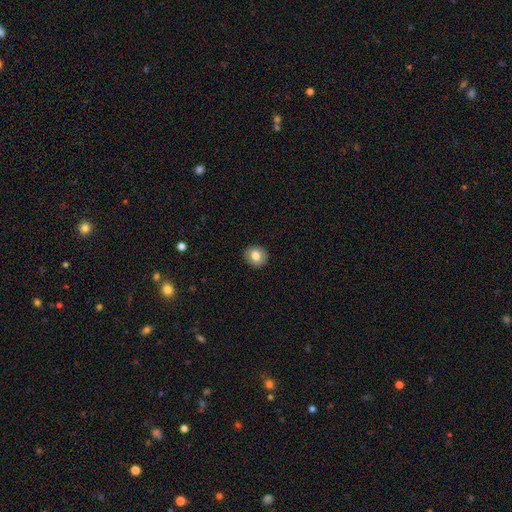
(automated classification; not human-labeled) Morphology: type=smooth (79%); roundness=round (83%); merging=none (90%).